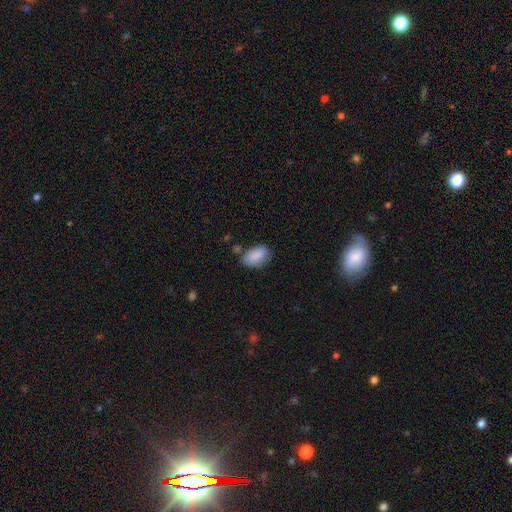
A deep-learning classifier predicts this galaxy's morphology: A smooth galaxy with no disk features (87%) that is in between round and cigar-shaped (91%).

Vote fractions:
- Smooth or featured? smooth: 87% / star or artifact: 7% / featured or disk: 6%
- How rounded? in between: 91% / round: 7% / cigar-shaped: 2%
- Merging? none: 65% / minor disturbance: 24% / merger: 6% / major disturbance: 5%